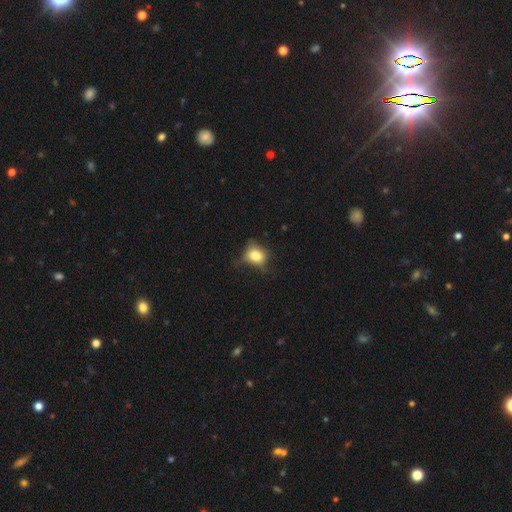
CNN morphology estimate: smooth_or_featured: smooth (p=0.74) [alt: featured or disk p=0.15]
how_rounded: round (p=0.55) [alt: in between p=0.43]
merging: none (p=0.51) [alt: minor disturbance p=0.33]